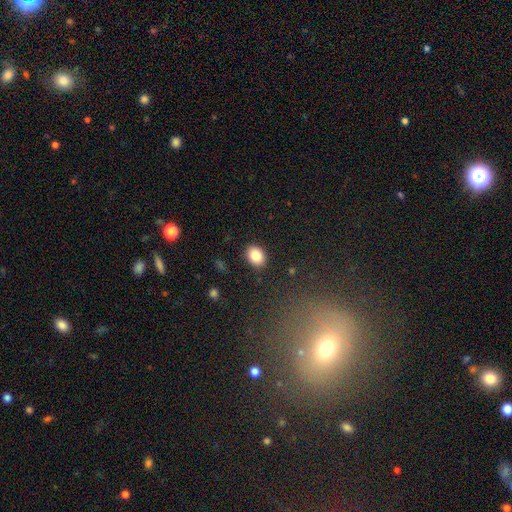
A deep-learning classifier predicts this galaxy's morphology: This appears to be a smooth galaxy with no disk features (86%) that is in between round and cigar-shaped (66%). Merging: none (89%).